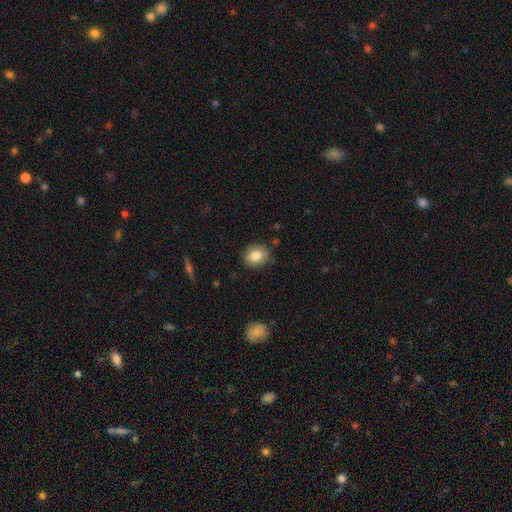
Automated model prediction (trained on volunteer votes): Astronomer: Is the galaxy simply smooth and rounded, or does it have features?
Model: smooth — 84%.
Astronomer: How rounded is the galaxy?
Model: in between — 53% (runner-up: round, 46%).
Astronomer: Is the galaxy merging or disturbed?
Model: none — 84%.